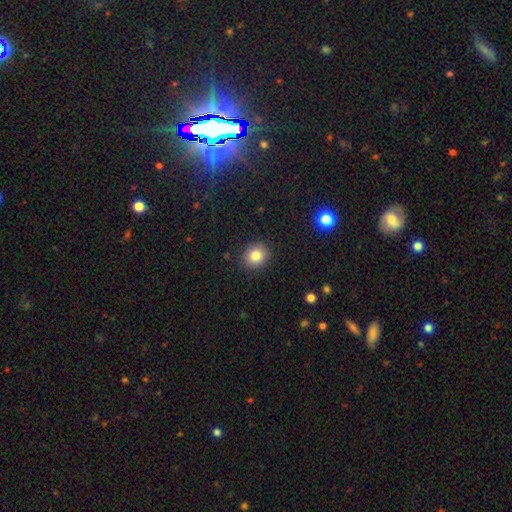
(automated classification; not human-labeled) Q: Smooth or featured?
A: smooth (83%); runner-up: star or artifact (10%)
Q: How rounded?
A: round (79%); runner-up: in between (20%)
Q: Merging?
A: none (89%); runner-up: minor disturbance (7%)